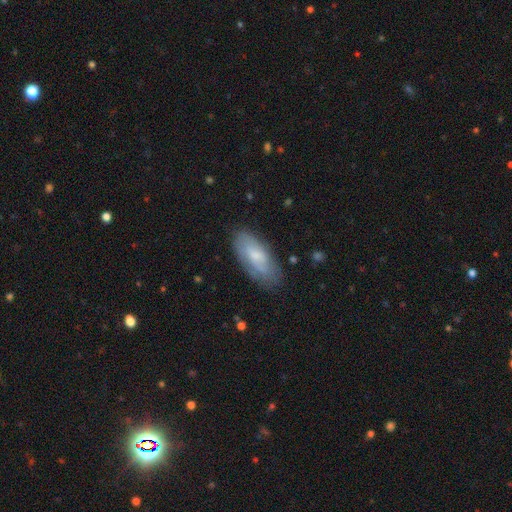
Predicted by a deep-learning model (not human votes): smooth-or-featured: smooth: 57% | featured or disk: 36% | star or artifact: 7%
  how-rounded: in between: 83% | cigar-shaped: 15% | round: 2%
  merging: none: 73% | minor disturbance: 20% | major disturbance: 5% | merger: 2%